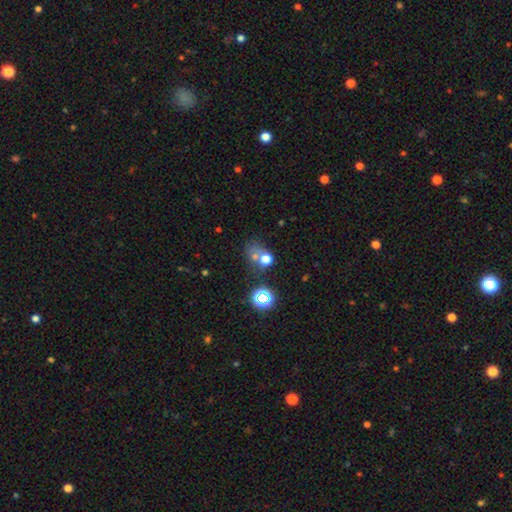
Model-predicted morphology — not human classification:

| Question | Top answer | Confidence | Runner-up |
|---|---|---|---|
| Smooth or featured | smooth | 49% | star or artifact (39%) |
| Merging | none | 53% | merger (27%) |